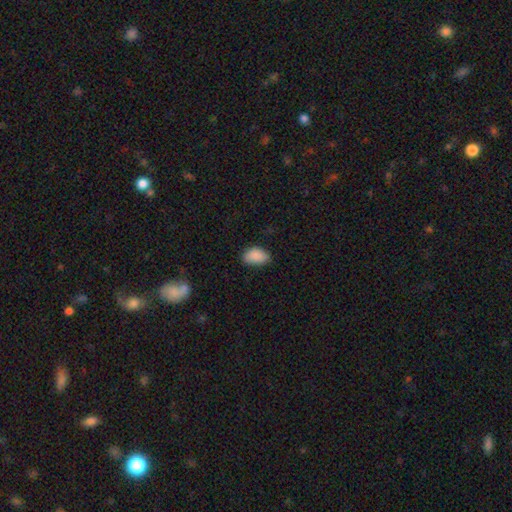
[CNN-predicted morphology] Smooth or featured? smooth (88%)
How rounded? in between (91%)
Merging? none (68%)